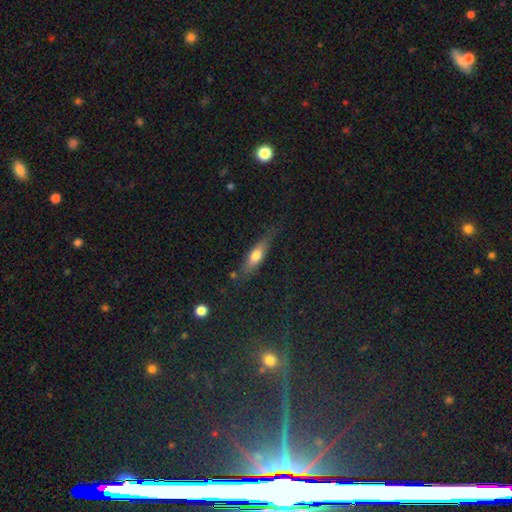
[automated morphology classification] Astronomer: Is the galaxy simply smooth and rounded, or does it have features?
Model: smooth — 58% (runner-up: featured or disk, 34%).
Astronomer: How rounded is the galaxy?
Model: cigar-shaped — 61% (runner-up: in between, 36%).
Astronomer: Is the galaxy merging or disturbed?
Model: none — 72%.